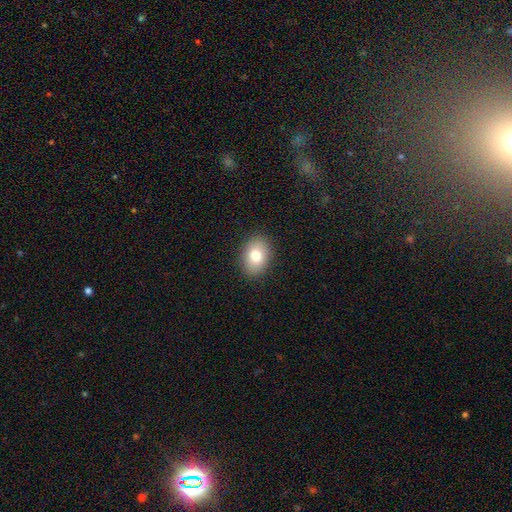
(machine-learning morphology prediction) Overall: smooth (81%). How rounded: in between (79%). Merging: none (89%).